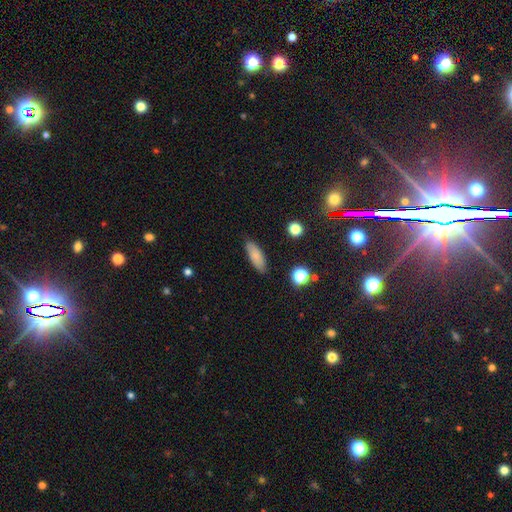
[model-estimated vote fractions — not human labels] smooth_or_featured: smooth (p=0.83) [alt: featured or disk p=0.09]
how_rounded: in between (p=0.68) [alt: cigar-shaped p=0.30]
merging: none (p=0.85) [alt: minor disturbance p=0.11]